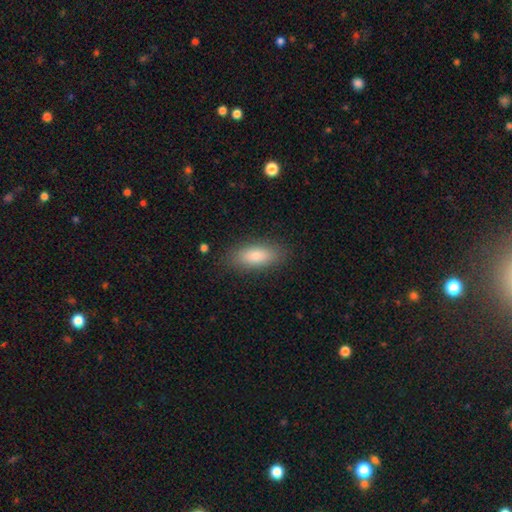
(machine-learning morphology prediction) smooth-or-featured: smooth: 82% | featured or disk: 11% | star or artifact: 7%
  how-rounded: in between: 76% | cigar-shaped: 22% | round: 3%
  merging: none: 86% | minor disturbance: 10% | major disturbance: 3% | merger: 1%